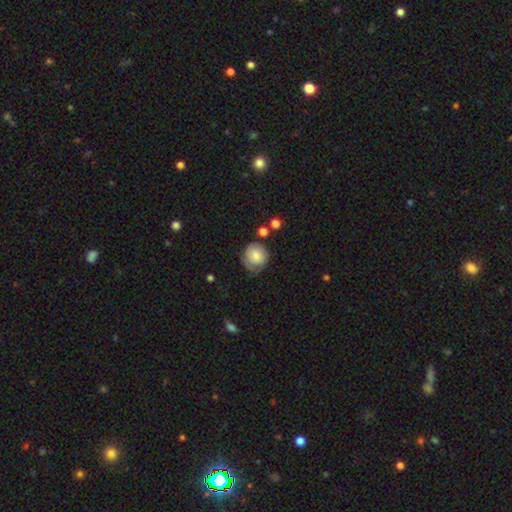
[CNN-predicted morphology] The model was most divided on "merging": none: 59%, minor disturbance: 28%, major disturbance: 9%, merger: 4%. More confident: how rounded — round (85%); smooth or featured — smooth (77%).